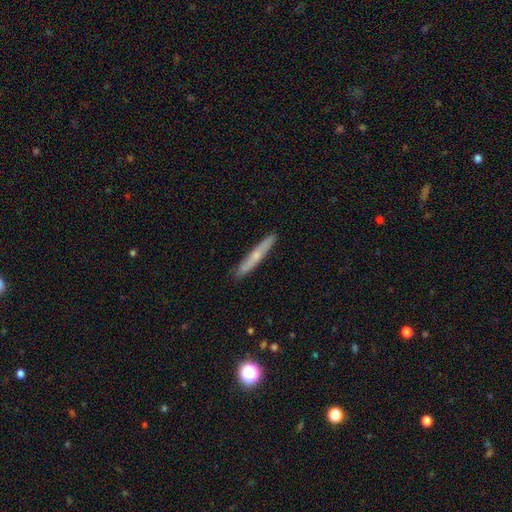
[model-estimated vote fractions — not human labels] Smooth or featured: featured or disk — 47% (tied with smooth — 47%)
Merging: none — 89% (minor disturbance — 8%)